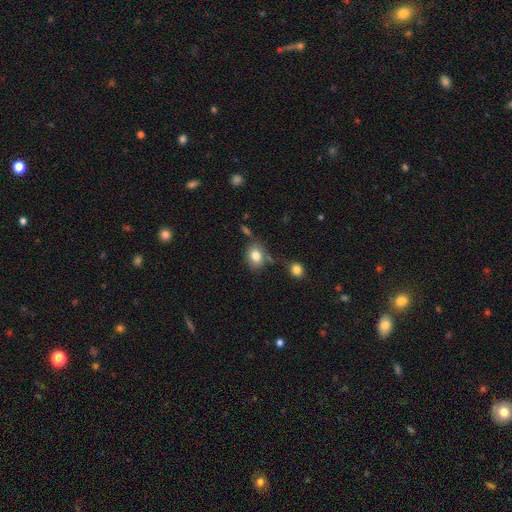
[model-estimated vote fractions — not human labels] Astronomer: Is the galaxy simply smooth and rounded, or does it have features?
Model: smooth — 81%.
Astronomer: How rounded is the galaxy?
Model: in between — 55% (runner-up: round, 44%).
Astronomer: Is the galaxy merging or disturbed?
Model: none — 68%.